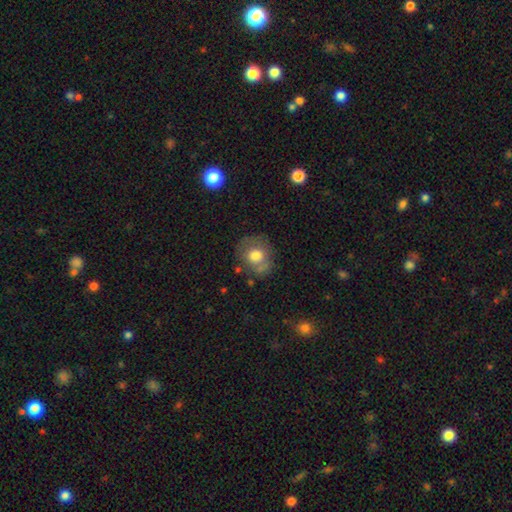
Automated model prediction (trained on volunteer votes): This appears to be a smooth galaxy with no disk features (68%) that is round (72%). Merging: none (65%).